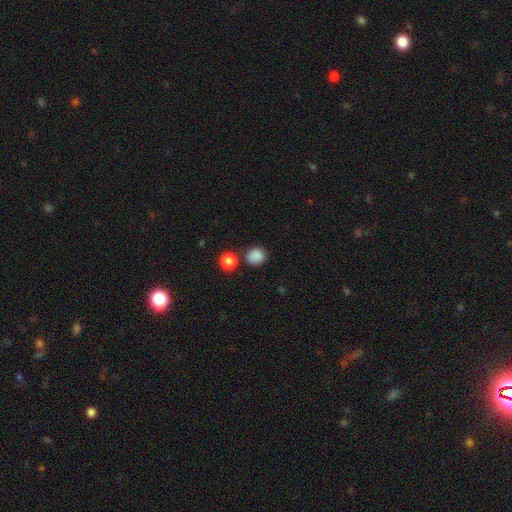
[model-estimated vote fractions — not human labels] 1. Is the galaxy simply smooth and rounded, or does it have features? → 86% smooth, 11% star or artifact, 3% featured or disk.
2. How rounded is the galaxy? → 85% round, 14% in between, 1% cigar-shaped.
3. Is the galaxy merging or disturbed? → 78% none, 11% minor disturbance, 7% merger, 3% major disturbance.